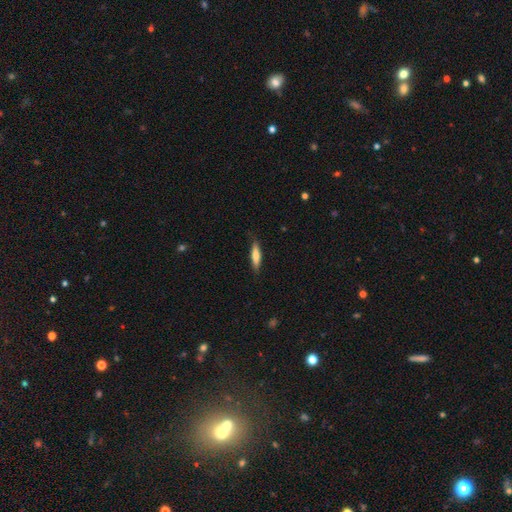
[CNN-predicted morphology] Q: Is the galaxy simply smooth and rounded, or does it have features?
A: smooth — 69%.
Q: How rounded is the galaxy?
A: cigar-shaped — 73%.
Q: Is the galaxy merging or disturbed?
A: none — 80%.